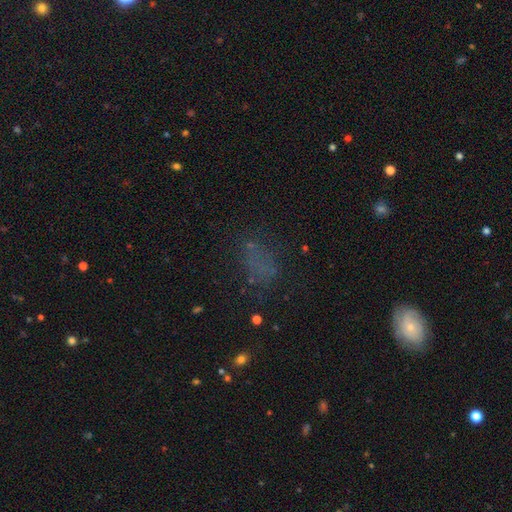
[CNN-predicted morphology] smooth 48%, star or artifact 33%, featured or disk 19%. Down the decision tree: merging — none (57%).